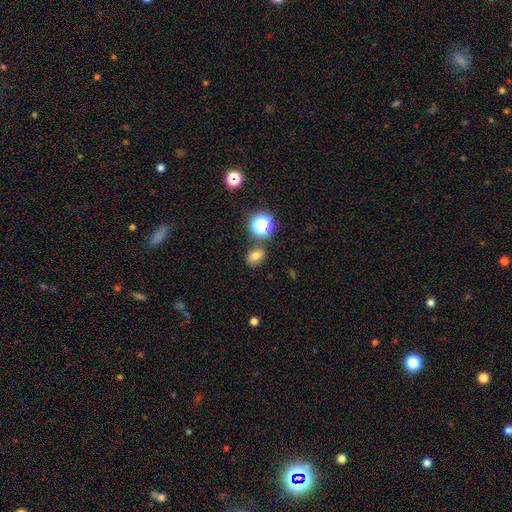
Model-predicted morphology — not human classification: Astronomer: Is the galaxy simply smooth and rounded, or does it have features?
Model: smooth — 69%.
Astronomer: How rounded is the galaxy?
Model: in between — 63%.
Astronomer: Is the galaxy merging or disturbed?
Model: none — 74%.